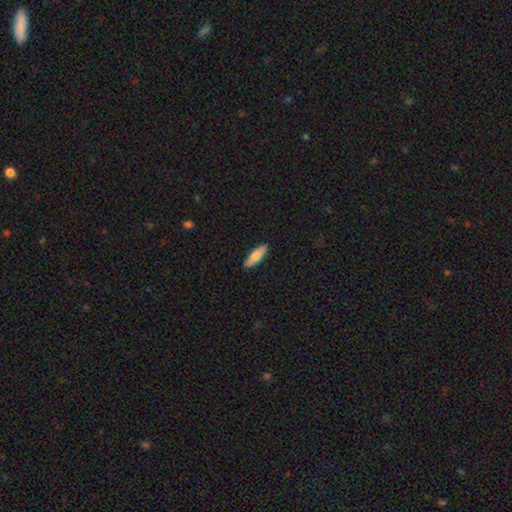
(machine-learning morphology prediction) smooth 80%, featured or disk 15%, star or artifact 5%. Down the decision tree: how rounded — cigar-shaped (55%); merging — none (90%).